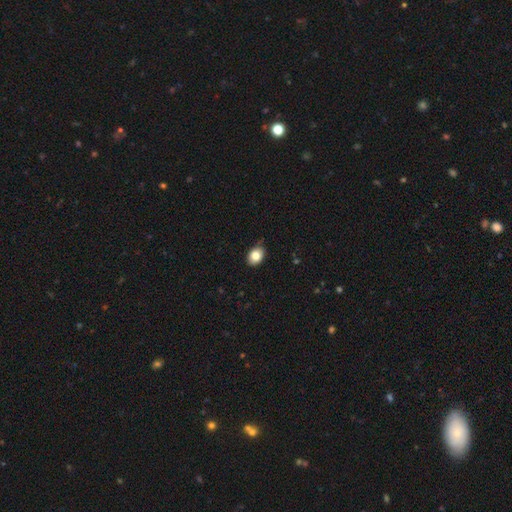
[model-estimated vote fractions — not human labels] Smooth or featured? Predicted: smooth (p=0.83). How rounded? Predicted: in between (p=0.66). Merging? Predicted: none (p=0.74).